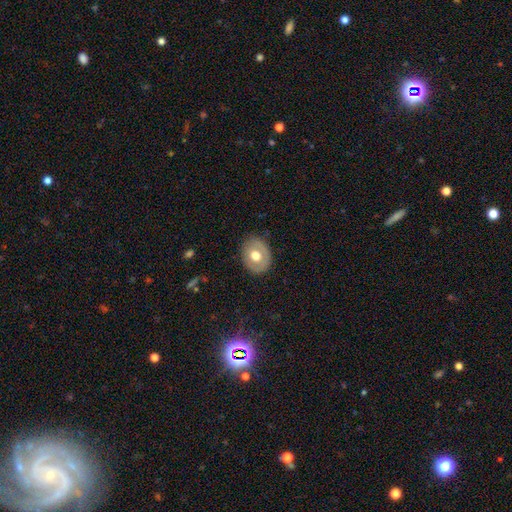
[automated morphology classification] A smooth galaxy with no disk features (58%) that is round (50%). Merging: none (82%).